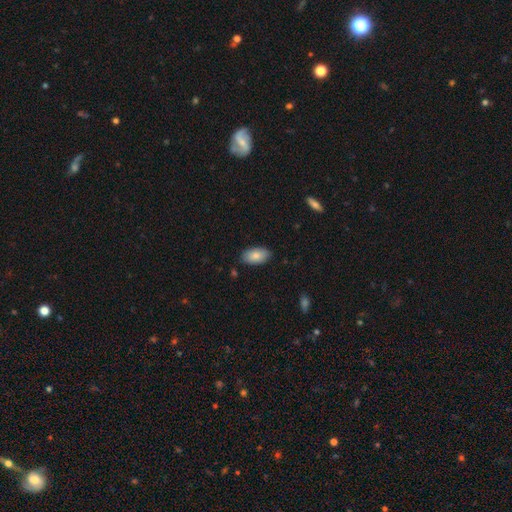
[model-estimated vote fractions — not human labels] The model was most divided on "merging": none: 85%, minor disturbance: 11%, major disturbance: 2%, merger: 1%. More confident: how rounded — in between (95%); smooth or featured — smooth (85%).